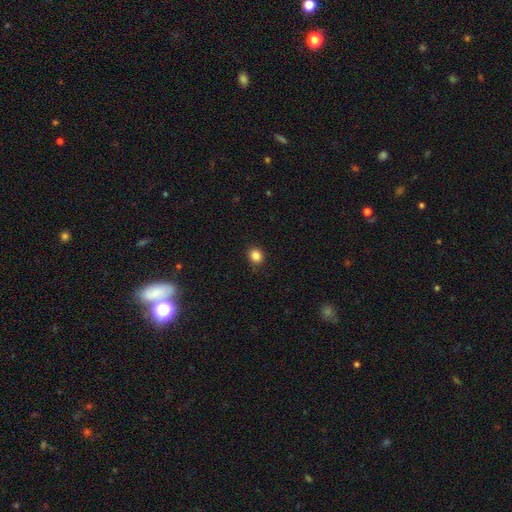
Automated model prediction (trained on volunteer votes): Morphology: type=smooth (85%); roundness=round (74%); merging=none (89%).